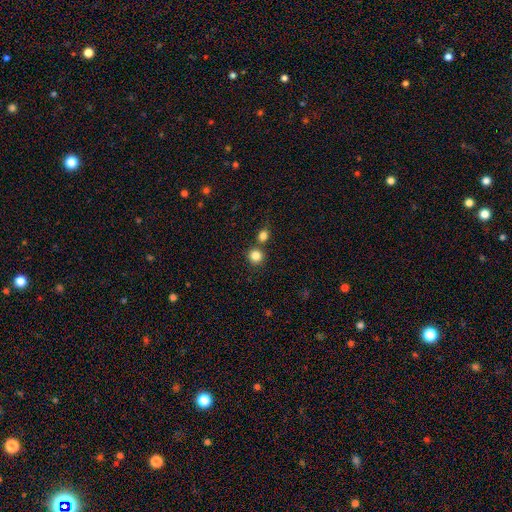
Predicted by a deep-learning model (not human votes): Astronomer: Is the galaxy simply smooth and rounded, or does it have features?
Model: smooth — 84%.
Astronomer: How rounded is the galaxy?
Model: round — 90%.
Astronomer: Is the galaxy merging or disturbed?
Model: none — 71%.